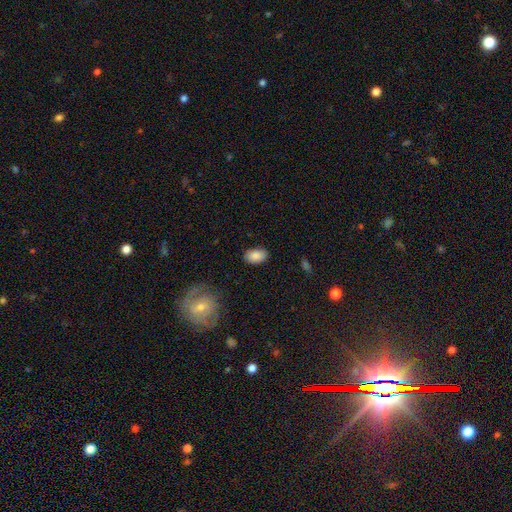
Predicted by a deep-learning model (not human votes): A smooth galaxy with no disk features (86%) that is in between round and cigar-shaped (89%). Merging: none (85%).